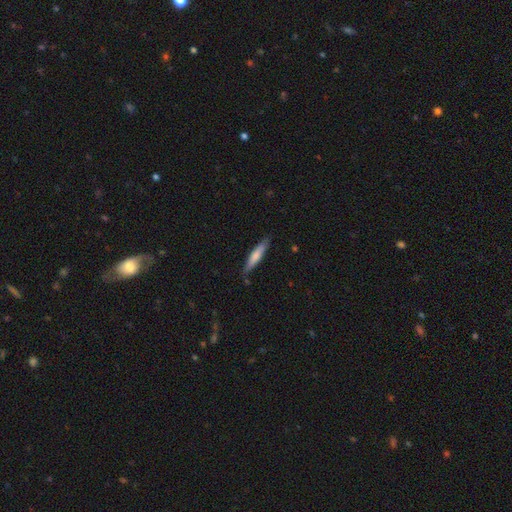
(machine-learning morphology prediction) The model was most divided on "smooth or featured": smooth: 67%, featured or disk: 28%, star or artifact: 5%. More confident: how rounded — cigar-shaped (88%); merging — none (85%).